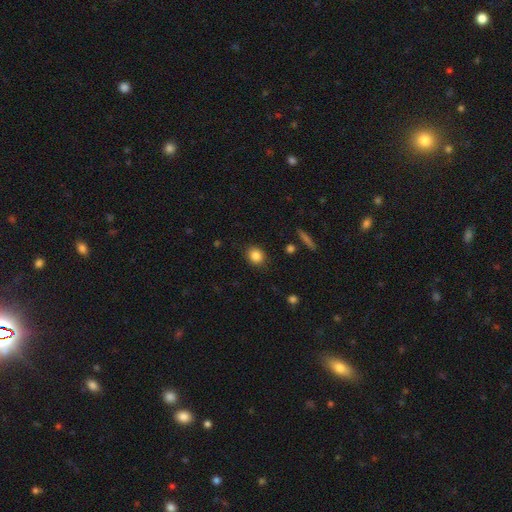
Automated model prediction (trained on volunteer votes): Morphology: type=smooth (85%); roundness=round (73%); merging=none (88%).